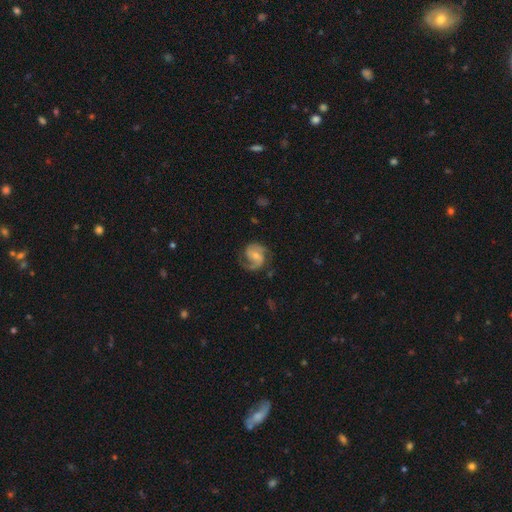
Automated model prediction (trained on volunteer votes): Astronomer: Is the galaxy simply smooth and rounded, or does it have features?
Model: featured or disk — 85%.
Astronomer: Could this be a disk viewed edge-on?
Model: no — 98%.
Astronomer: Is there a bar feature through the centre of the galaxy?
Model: no — 45% (runner-up: weak, 42%).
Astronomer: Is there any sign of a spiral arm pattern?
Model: yes — 97%.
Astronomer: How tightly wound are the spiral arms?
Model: medium — 52%.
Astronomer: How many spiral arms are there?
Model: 2 — 81%.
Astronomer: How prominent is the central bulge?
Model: small — 53% (runner-up: moderate, 39%).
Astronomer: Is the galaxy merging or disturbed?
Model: none — 70%.